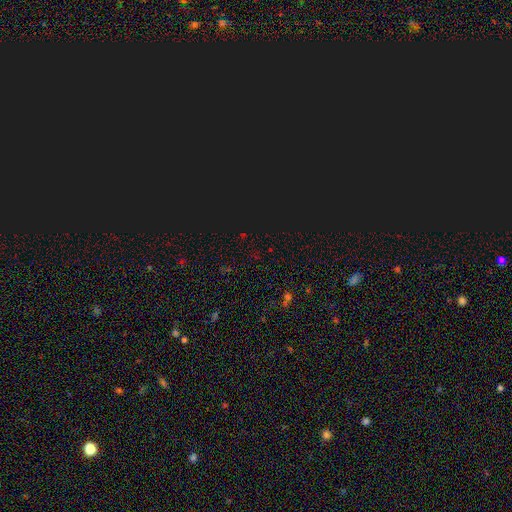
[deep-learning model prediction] smooth_or_featured: star or artifact (p=0.73) [alt: smooth p=0.20]